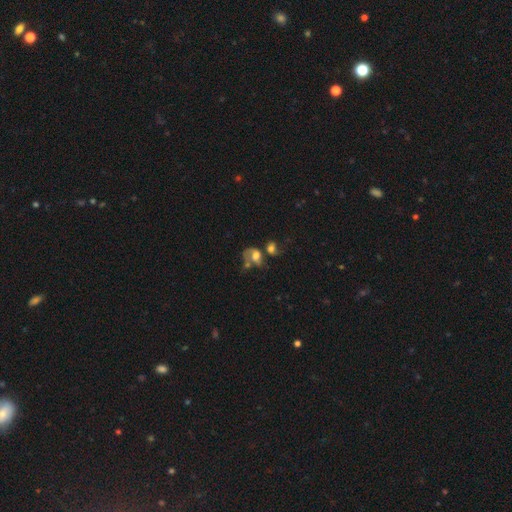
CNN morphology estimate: Smooth or featured?
  - smooth: 46% *
  - featured or disk: 41%
  - star or artifact: 13%
Merging?
  - merger: 48% *
  - major disturbance: 25%
  - none: 17%
  - minor disturbance: 10%